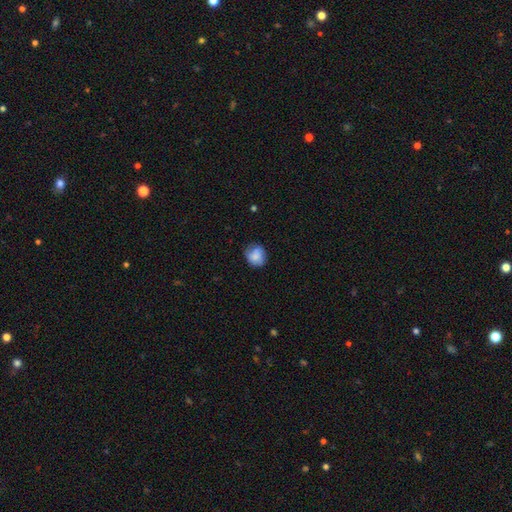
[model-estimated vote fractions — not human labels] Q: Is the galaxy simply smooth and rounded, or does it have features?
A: smooth — 78%.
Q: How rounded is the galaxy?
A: round — 72%.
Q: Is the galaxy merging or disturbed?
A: none — 64%.